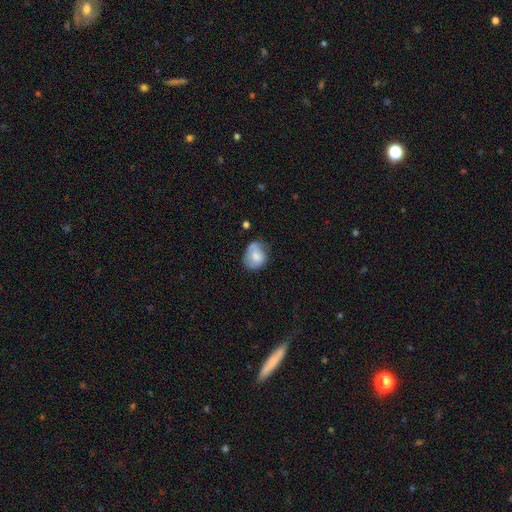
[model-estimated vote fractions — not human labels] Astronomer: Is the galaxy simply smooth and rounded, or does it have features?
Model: smooth — 71%.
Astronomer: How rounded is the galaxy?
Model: in between — 51% (runner-up: round, 48%).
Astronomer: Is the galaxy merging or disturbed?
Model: none — 46% (runner-up: minor disturbance, 36%).